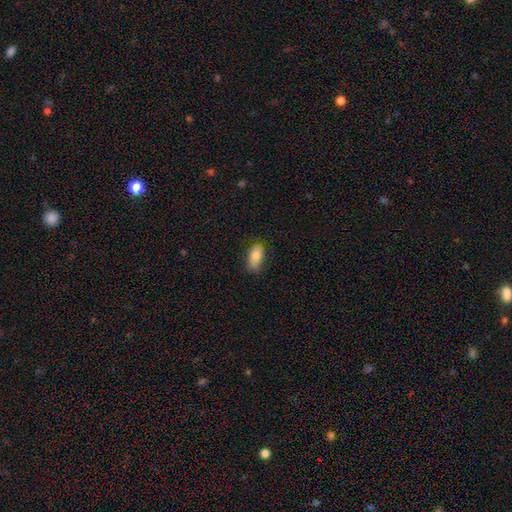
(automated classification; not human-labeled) This appears to be a smooth galaxy with no disk features (77%) that is in between round and cigar-shaped (90%). Merging: none (69%).